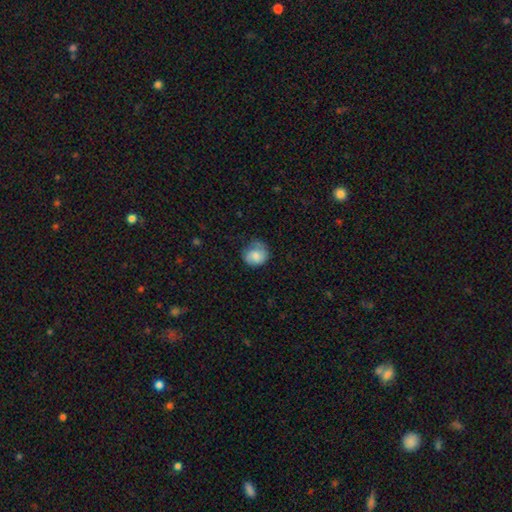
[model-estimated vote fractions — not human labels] A smooth galaxy with no disk features (68%) that is round (75%). Merging: none (56%).